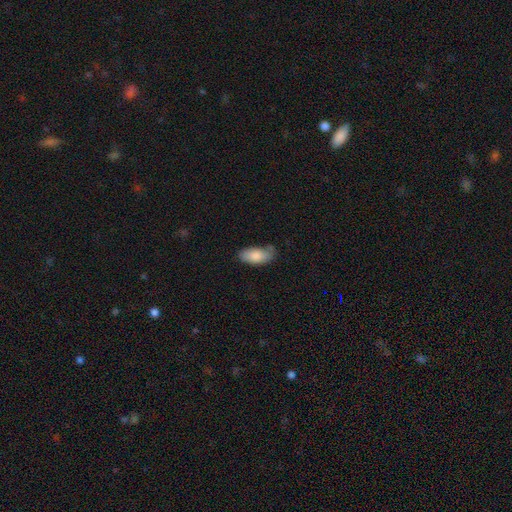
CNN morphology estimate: A smooth galaxy with no disk features (83%) that is in between round and cigar-shaped (91%).

Vote fractions:
- Smooth or featured? smooth: 83% / featured or disk: 11% / star or artifact: 6%
- How rounded? in between: 91% / cigar-shaped: 6% / round: 2%
- Merging? none: 56% / minor disturbance: 32% / major disturbance: 8% / merger: 3%